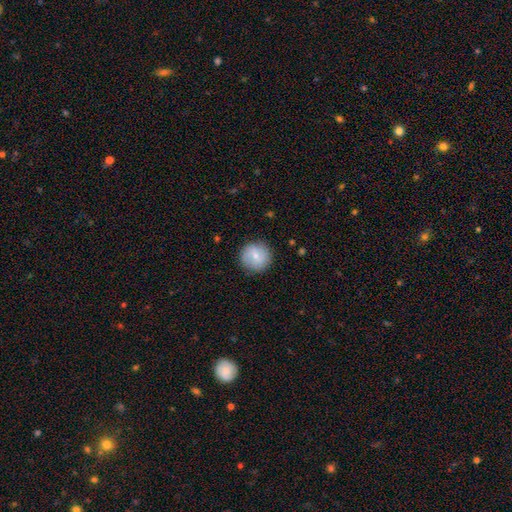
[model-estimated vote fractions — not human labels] The model was most divided on "smooth or featured": smooth: 70%, featured or disk: 23%, star or artifact: 7%. More confident: how rounded — round (94%); merging — none (87%).